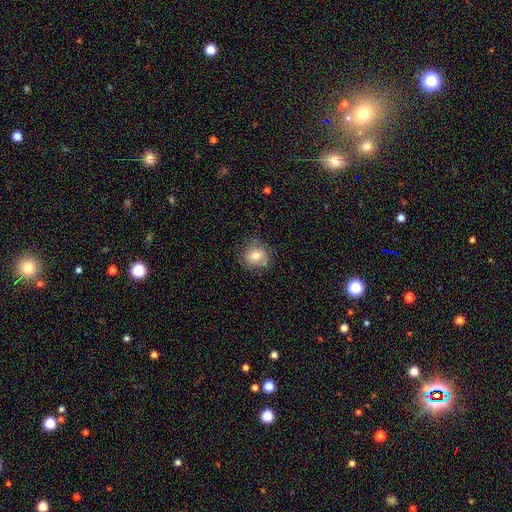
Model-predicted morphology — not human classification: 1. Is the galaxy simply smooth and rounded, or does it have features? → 68% smooth, 22% featured or disk, 10% star or artifact.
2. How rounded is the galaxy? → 75% round, 24% in between, 1% cigar-shaped.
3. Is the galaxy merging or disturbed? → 71% none, 20% minor disturbance, 6% major disturbance, 3% merger.